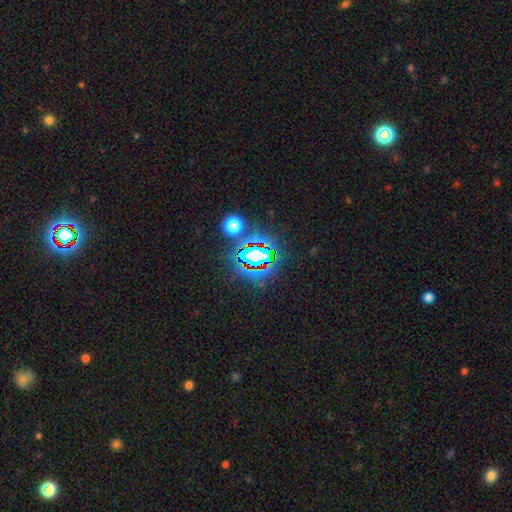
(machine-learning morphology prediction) smooth-or-featured: star or artifact: 81% | smooth: 12% | featured or disk: 7%